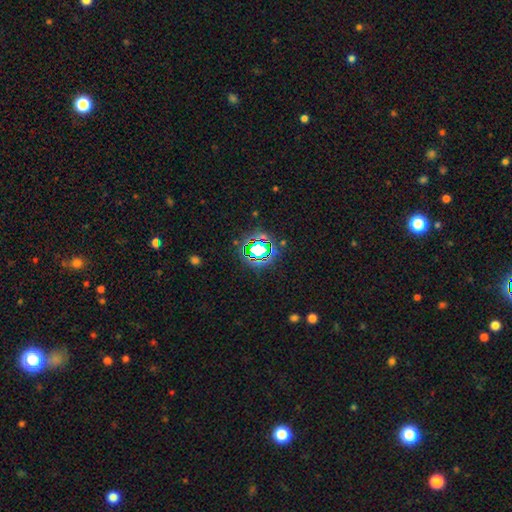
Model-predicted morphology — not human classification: Smooth or featured? star or artifact (66%)